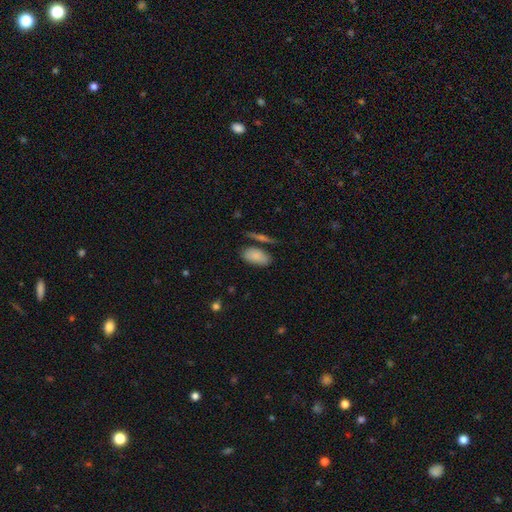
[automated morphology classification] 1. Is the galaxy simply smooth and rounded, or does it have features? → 84% smooth, 9% featured or disk, 7% star or artifact.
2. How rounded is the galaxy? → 91% in between, 5% cigar-shaped, 4% round.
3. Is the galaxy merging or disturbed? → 68% none, 17% minor disturbance, 10% merger, 5% major disturbance.